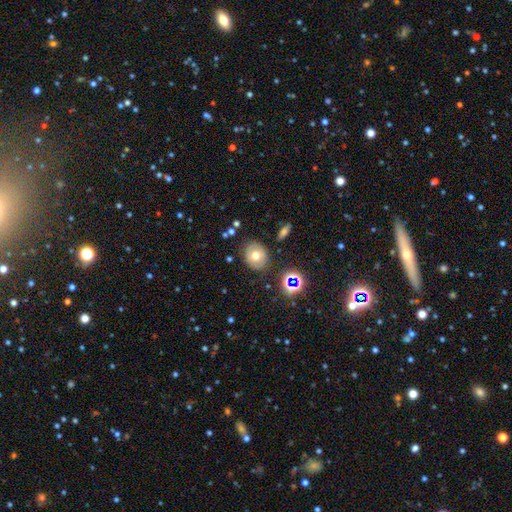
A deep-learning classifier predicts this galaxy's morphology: Smooth or featured: smooth — 61% (featured or disk — 23%)
How rounded: round — 61% (in between — 38%)
Merging: none — 81% (minor disturbance — 12%)